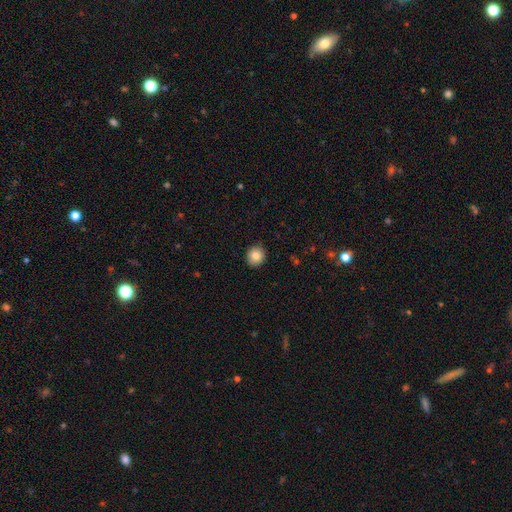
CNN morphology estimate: Smooth or featured? smooth (84%)
How rounded? round (87%)
Merging? none (90%)